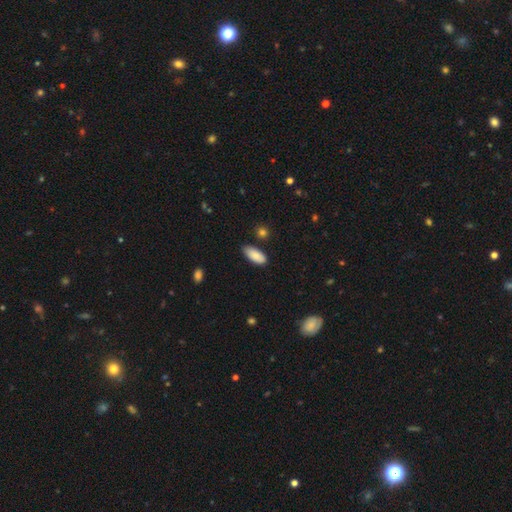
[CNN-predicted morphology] Smooth or featured: smooth — 87% (featured or disk — 7%)
How rounded: in between — 86% (cigar-shaped — 12%)
Merging: none — 76% (minor disturbance — 19%)